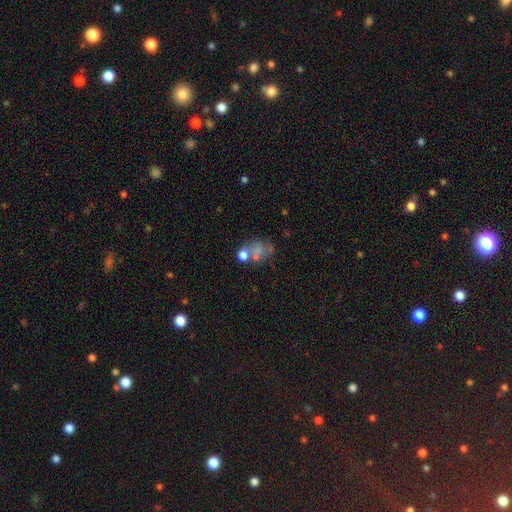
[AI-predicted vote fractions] This is marginally a smooth galaxy (44%). Merging: marginally none (41%).